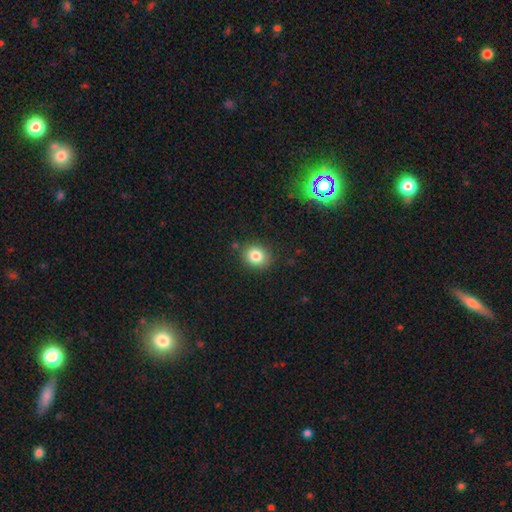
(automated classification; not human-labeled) Q: Smooth or featured?
A: smooth (83%); runner-up: star or artifact (10%)
Q: How rounded?
A: round (63%); runner-up: in between (36%)
Q: Merging?
A: none (85%); runner-up: minor disturbance (10%)